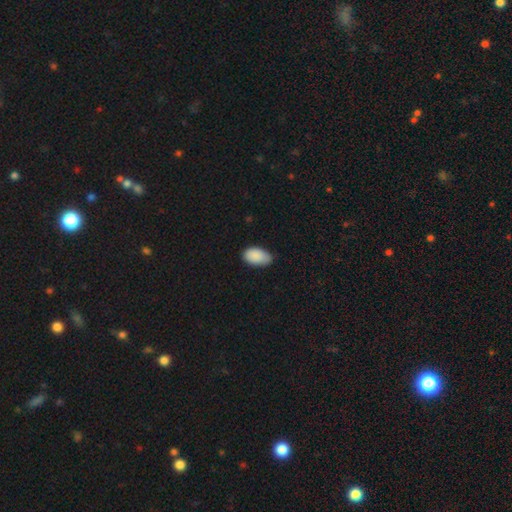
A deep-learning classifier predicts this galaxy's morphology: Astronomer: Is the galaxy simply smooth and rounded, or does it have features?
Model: smooth — 90%.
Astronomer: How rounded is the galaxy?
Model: in between — 94%.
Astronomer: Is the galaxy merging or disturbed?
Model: none — 71%.